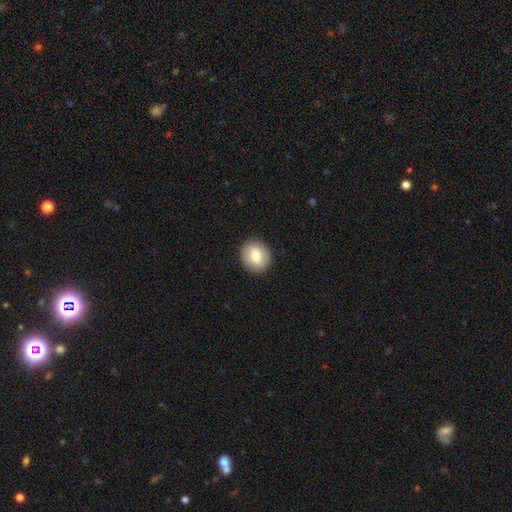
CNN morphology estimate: This appears to be a smooth galaxy with no disk features (72%) that is round (73%). Merging: none (89%).